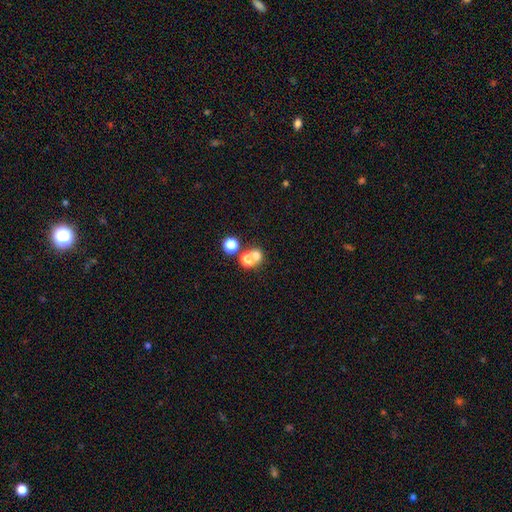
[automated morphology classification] Smooth or featured? Predicted: smooth (p=0.66). How rounded? Predicted: round (p=0.81). Merging? Predicted: none (p=0.47).